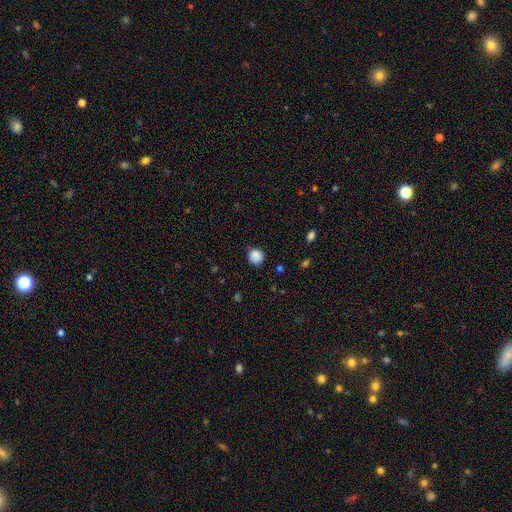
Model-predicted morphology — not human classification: Overall: smooth (86%). How rounded: round (85%). Merging: none (78%).